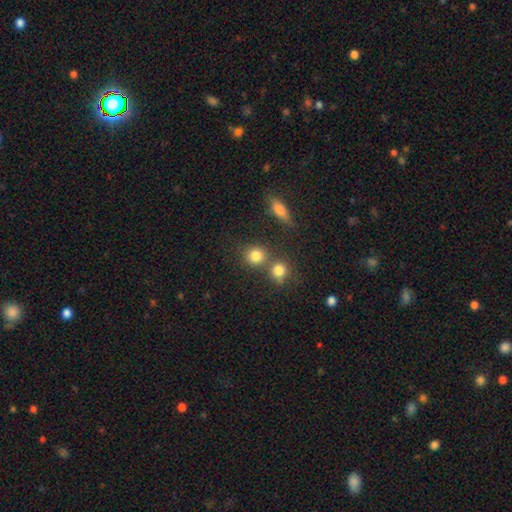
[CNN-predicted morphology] Smooth or featured? smooth (82%)
How rounded? round (84%)
Merging? none (60%)